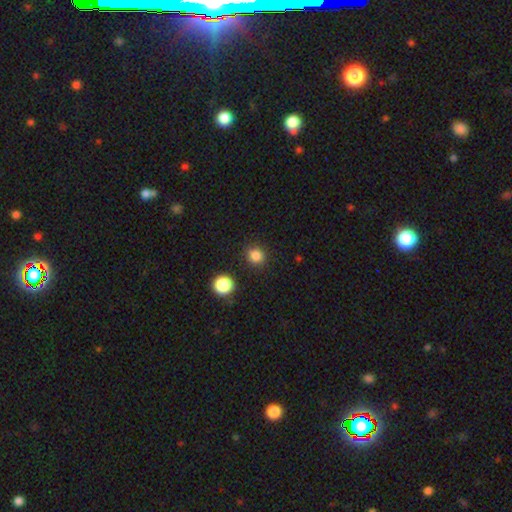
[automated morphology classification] This is clearly a smooth galaxy (84%). How rounded: clearly round (86%). Merging: clearly none (88%).